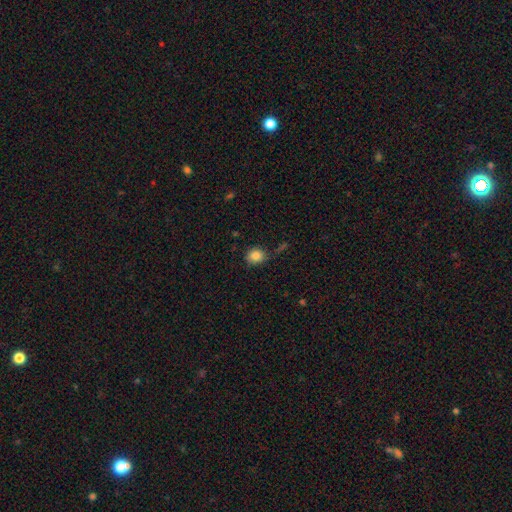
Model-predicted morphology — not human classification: smooth 84%, star or artifact 10%, featured or disk 6%. Down the decision tree: how rounded — round (70%); merging — none (74%).